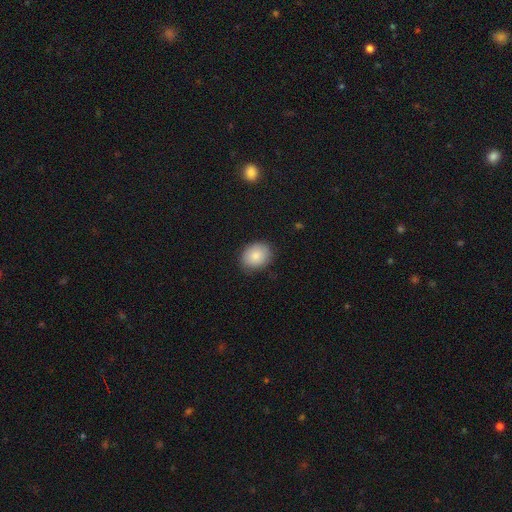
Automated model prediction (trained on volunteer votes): Smooth or featured? Predicted: smooth (p=0.85). How rounded? Predicted: in between (p=0.52). Merging? Predicted: none (p=0.83).